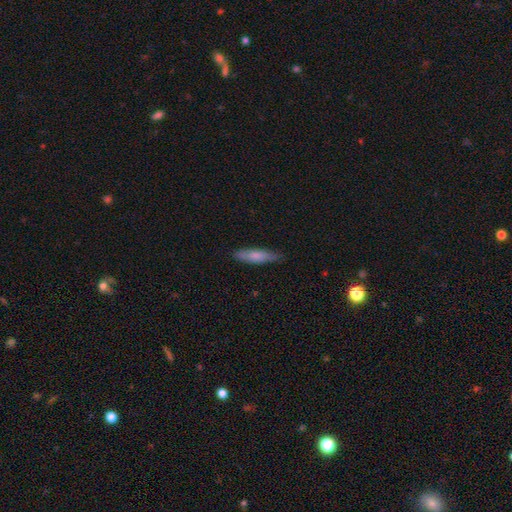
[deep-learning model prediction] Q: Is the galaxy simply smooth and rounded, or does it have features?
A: smooth — 74%.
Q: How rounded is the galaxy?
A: cigar-shaped — 72%.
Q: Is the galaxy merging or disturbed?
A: none — 83%.